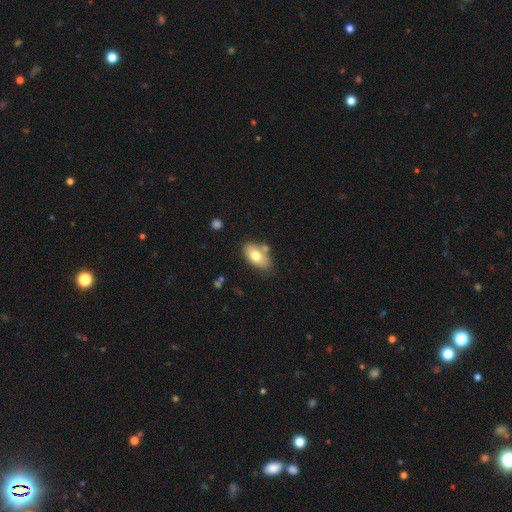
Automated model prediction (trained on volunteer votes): Smooth or featured? smooth (72%)
How rounded? in between (91%)
Merging? none (68%)